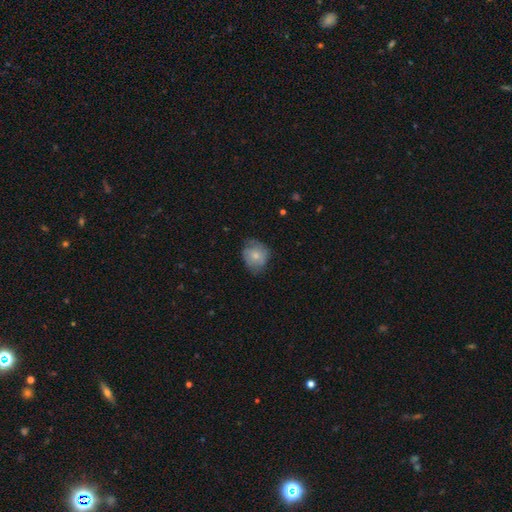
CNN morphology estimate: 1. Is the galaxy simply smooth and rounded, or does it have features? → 65% smooth, 28% featured or disk, 7% star or artifact.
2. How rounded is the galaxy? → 63% round, 36% in between, 1% cigar-shaped.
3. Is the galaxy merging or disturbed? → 59% none, 31% minor disturbance, 9% major disturbance, 1% merger.